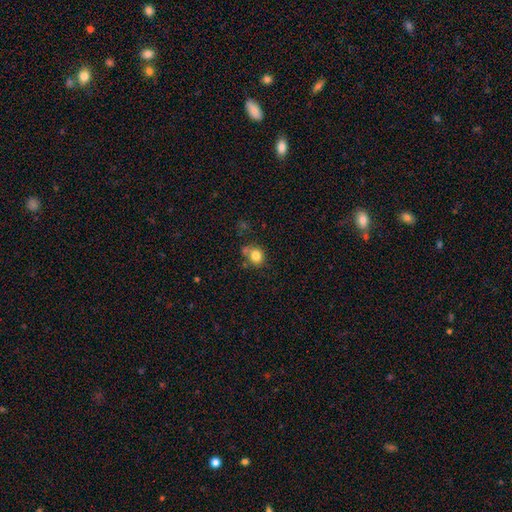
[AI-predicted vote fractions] smooth-or-featured: smooth: 81% | star or artifact: 11% | featured or disk: 8%
  how-rounded: round: 78% | in between: 21% | cigar-shaped: 1%
  merging: none: 63% | minor disturbance: 17% | merger: 15% | major disturbance: 5%